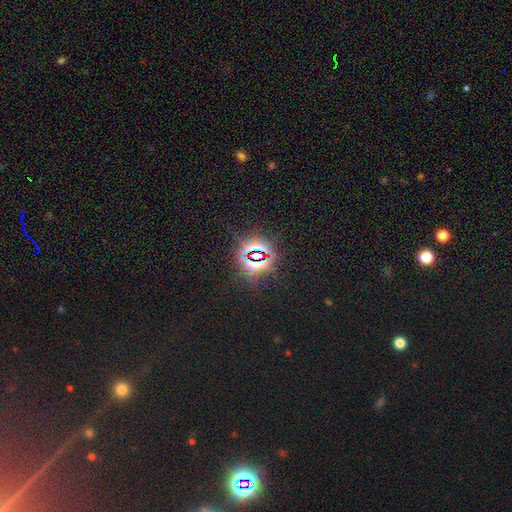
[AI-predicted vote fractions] This appears to be a star or artifact, not a galaxy (82%).